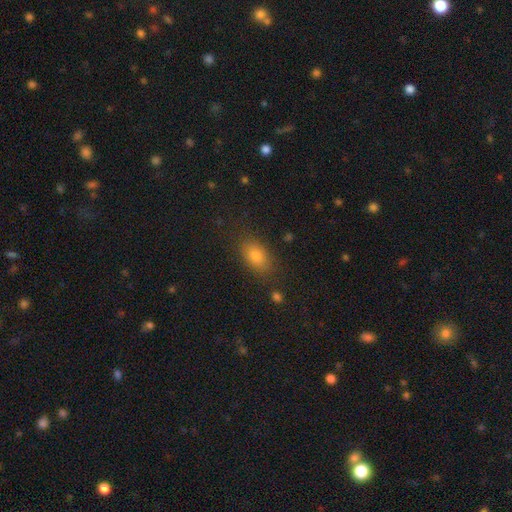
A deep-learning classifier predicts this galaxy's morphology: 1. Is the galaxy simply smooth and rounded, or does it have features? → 78% smooth, 13% star or artifact, 9% featured or disk.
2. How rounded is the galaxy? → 84% in between, 12% round, 3% cigar-shaped.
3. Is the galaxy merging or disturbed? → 83% none, 11% minor disturbance, 4% major disturbance, 2% merger.